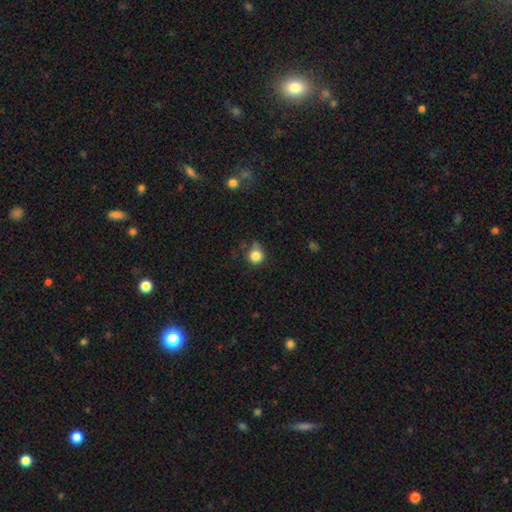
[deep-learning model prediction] smooth-or-featured: smooth: 83% | star or artifact: 11% | featured or disk: 5%
  how-rounded: round: 90% | in between: 9% | cigar-shaped: 1%
  merging: none: 68% | minor disturbance: 20% | merger: 6% | major disturbance: 6%